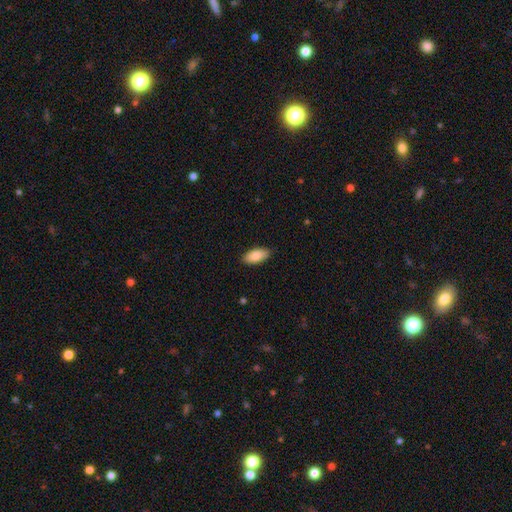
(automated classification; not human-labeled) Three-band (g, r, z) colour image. It shows a smooth galaxy with no disk features (87%) that is in between round and cigar-shaped (91%). Merging: none (87%).